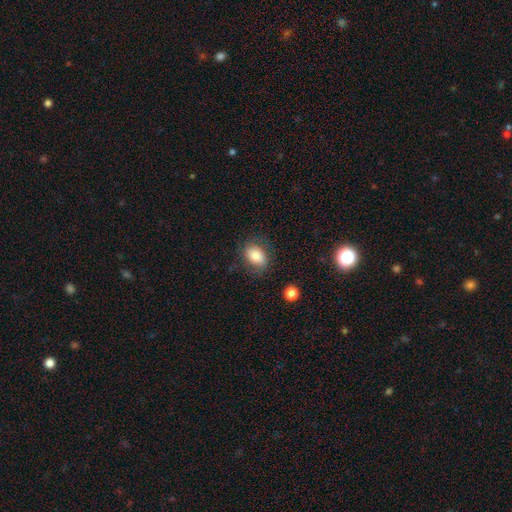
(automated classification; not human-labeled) A smooth galaxy with no disk features (82%) that is in between round and cigar-shaped (76%). Merging: none (75%).